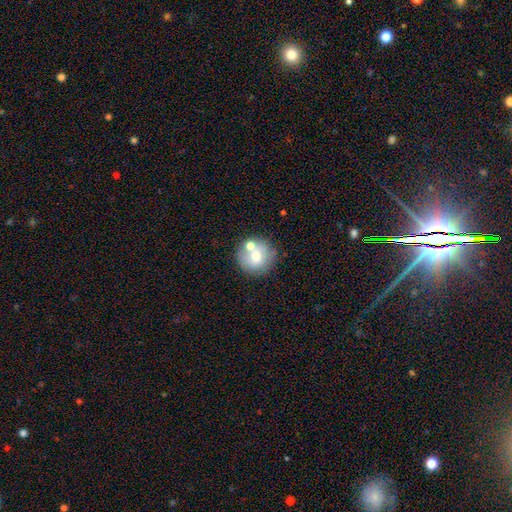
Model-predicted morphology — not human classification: Smooth or featured: smooth — 65% (featured or disk — 26%)
How rounded: round — 91% (in between — 8%)
Merging: none — 63% (merger — 22%)